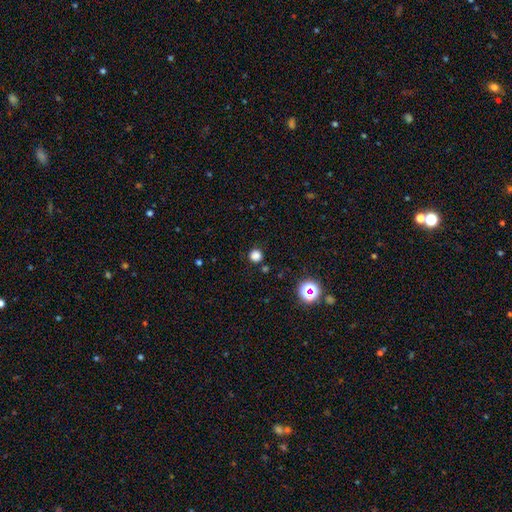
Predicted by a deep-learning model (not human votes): Smooth or featured: smooth — 76% (star or artifact — 20%)
How rounded: round — 94% (in between — 5%)
Merging: none — 87% (minor disturbance — 7%)